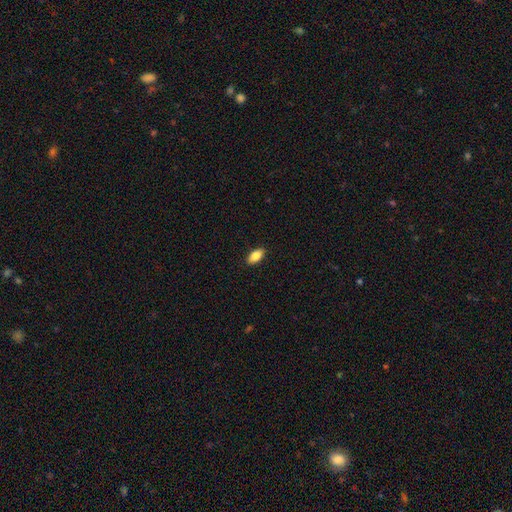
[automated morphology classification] smooth-or-featured: smooth: 85% | featured or disk: 8% | star or artifact: 7%
  how-rounded: in between: 90% | cigar-shaped: 7% | round: 3%
  merging: none: 90% | minor disturbance: 8% | major disturbance: 2% | merger: 1%